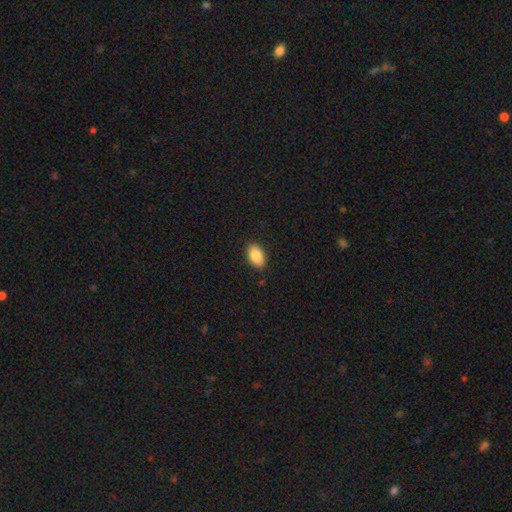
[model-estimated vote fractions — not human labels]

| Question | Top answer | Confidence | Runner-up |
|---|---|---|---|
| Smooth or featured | smooth | 85% | featured or disk (7%) |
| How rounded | in between | 91% | round (8%) |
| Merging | none | 89% | minor disturbance (8%) |